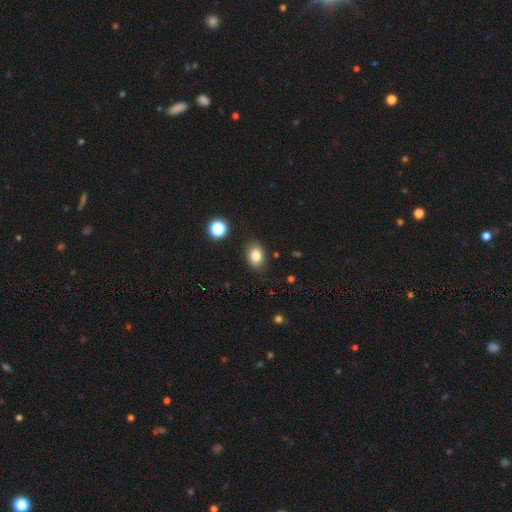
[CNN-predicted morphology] A smooth galaxy with no disk features (82%) that is in between round and cigar-shaped (70%).

Vote fractions:
- Smooth or featured? smooth: 82% / star or artifact: 11% / featured or disk: 7%
- How rounded? in between: 70% / round: 28% / cigar-shaped: 1%
- Merging? none: 85% / minor disturbance: 11% / major disturbance: 3% / merger: 2%